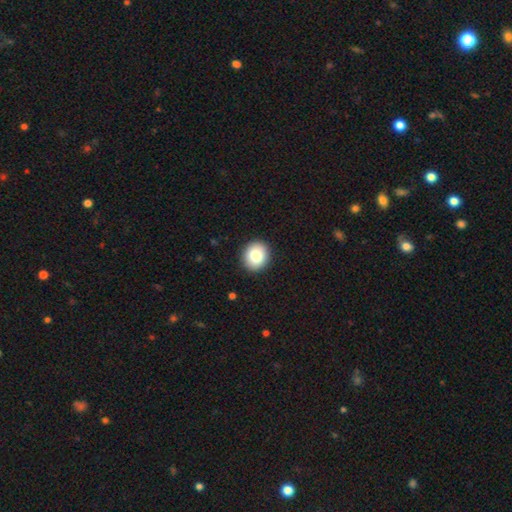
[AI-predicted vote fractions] This is clearly a smooth galaxy (81%). How rounded: likely round (77%). Merging: clearly none (92%).